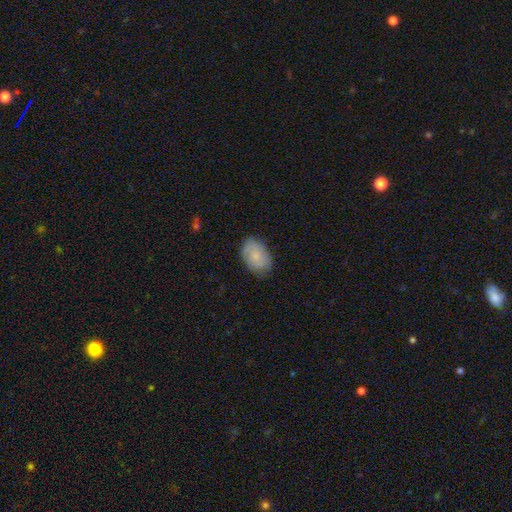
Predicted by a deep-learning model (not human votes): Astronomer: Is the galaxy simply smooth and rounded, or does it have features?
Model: smooth — 74%.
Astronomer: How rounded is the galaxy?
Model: in between — 86%.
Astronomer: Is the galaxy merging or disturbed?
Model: none — 77%.